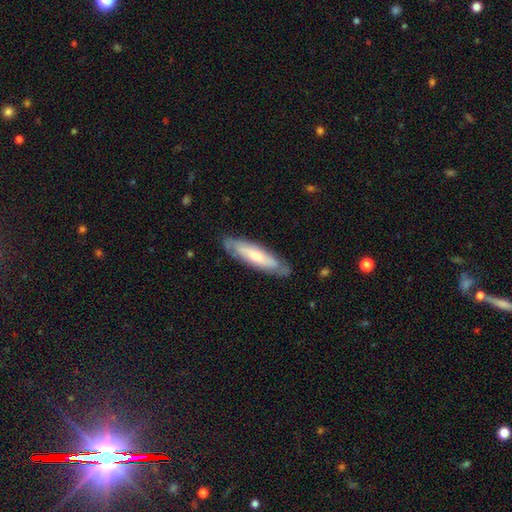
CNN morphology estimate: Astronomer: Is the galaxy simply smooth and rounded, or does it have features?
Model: featured or disk — 50% (runner-up: smooth, 45%).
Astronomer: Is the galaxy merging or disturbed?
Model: none — 81%.